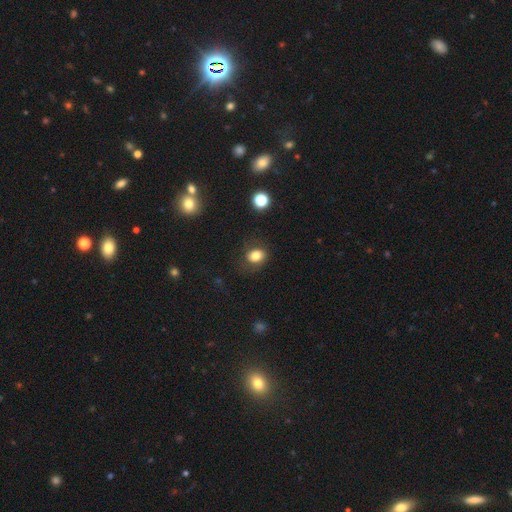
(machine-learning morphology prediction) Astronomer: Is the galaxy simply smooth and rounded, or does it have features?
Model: smooth — 80%.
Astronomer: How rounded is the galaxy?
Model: in between — 52% (runner-up: round, 47%).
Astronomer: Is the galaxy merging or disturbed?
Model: none — 70%.